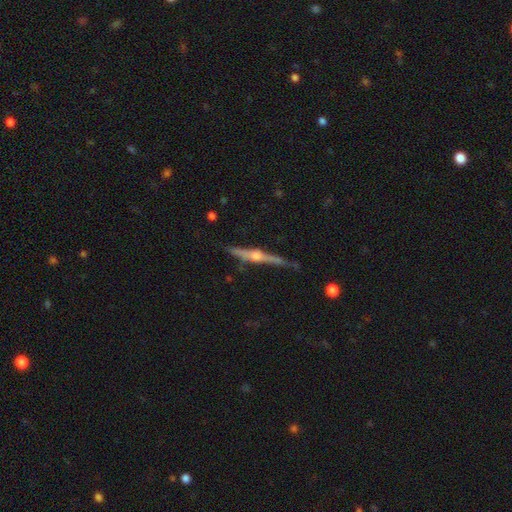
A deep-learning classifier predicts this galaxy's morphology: Smooth or featured?
  - featured or disk: 83% *
  - smooth: 11%
  - star or artifact: 6%
Edge-on disk?
  - yes: 98% *
  - no: 2%
Edge-on bulge?
  - rounded: 88% *
  - boxy: 7%
  - none: 5%
Merging?
  - none: 84% *
  - minor disturbance: 12%
  - major disturbance: 2%
  - merger: 2%